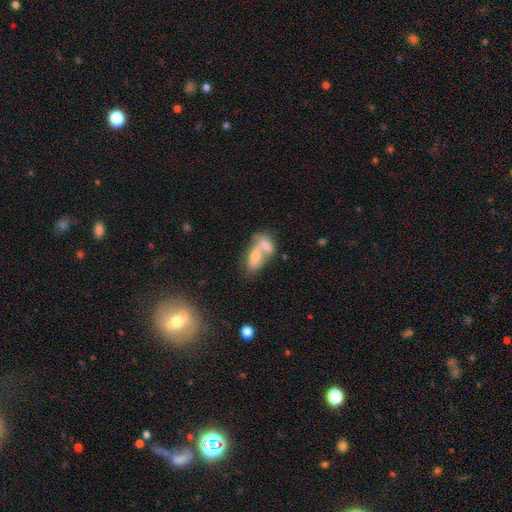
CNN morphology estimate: A smooth galaxy with no disk features (60%) that is in between round and cigar-shaped (79%).

Vote fractions:
- Smooth or featured? smooth: 60% / featured or disk: 29% / star or artifact: 11%
- How rounded? in between: 79% / round: 15% / cigar-shaped: 6%
- Merging? merger: 72% / none: 17% / minor disturbance: 6% / major disturbance: 5%